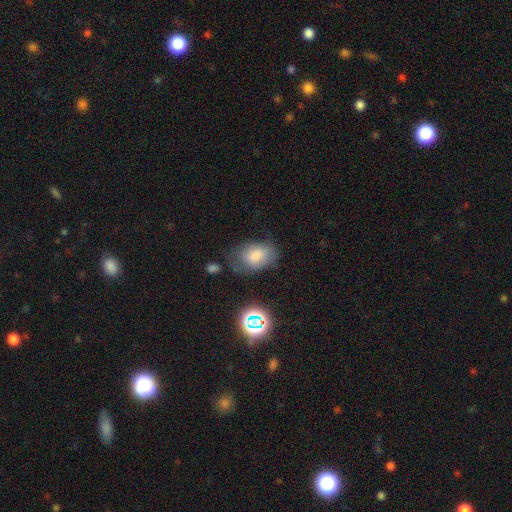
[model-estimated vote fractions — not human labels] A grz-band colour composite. It shows a smooth galaxy with no disk features (77%) that is in between round and cigar-shaped (83%). Merging: none (56%).